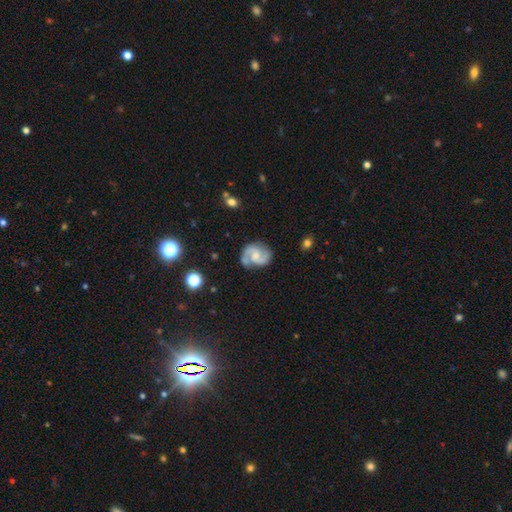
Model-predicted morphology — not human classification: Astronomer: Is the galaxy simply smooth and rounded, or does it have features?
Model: featured or disk — 84%.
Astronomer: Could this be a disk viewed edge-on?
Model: no — 98%.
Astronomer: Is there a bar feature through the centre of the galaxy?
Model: no — 49% (runner-up: weak, 42%).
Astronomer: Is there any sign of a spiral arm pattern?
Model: yes — 97%.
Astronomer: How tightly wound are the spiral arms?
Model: medium — 56%.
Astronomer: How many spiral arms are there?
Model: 2 — 91%.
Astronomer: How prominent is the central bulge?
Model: small — 45% (runner-up: moderate, 41%).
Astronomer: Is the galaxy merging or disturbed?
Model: none — 72%.